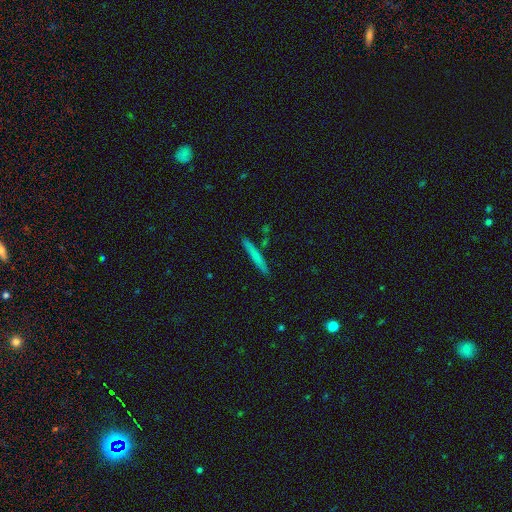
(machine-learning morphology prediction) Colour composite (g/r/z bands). It shows a smooth galaxy with no disk features (64%) that is cigar-shaped (96%). Merging: none (88%).